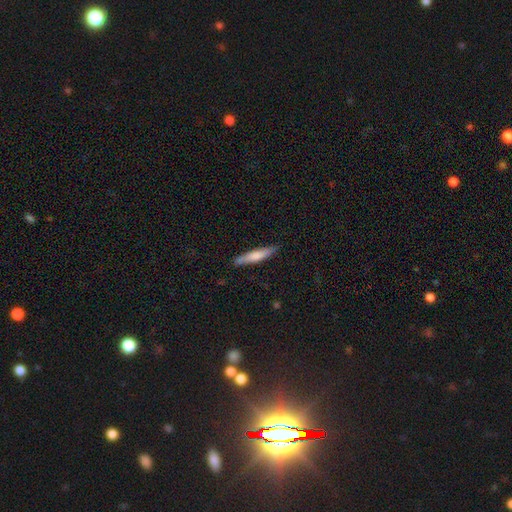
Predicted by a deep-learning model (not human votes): This is likely a smooth galaxy (69%). How rounded: clearly cigar-shaped (88%). Merging: clearly none (86%).